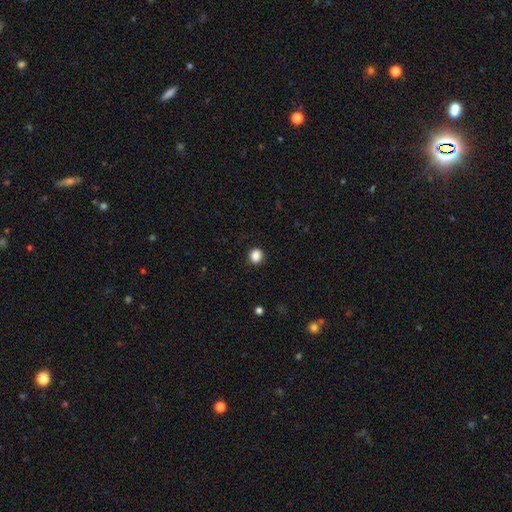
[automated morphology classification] type=smooth (87%); roundness=round (80%); merging=none (90%).